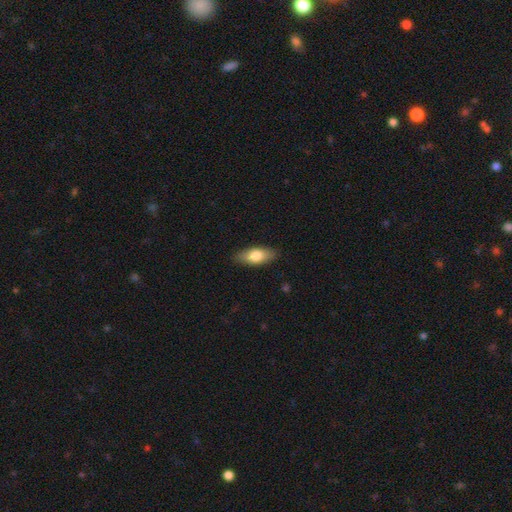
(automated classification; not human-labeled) Morphology: type=smooth (75%); roundness=in between (79%); merging=none (87%).